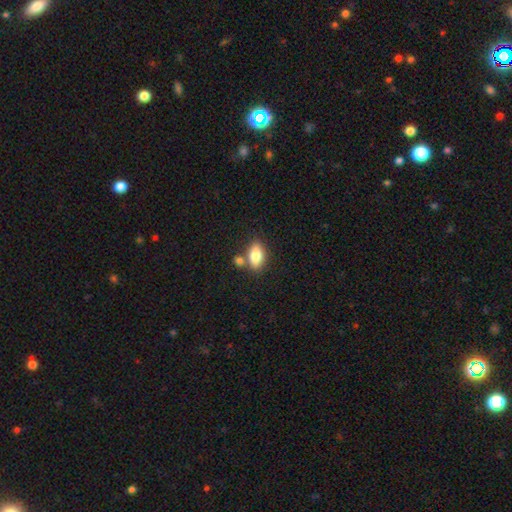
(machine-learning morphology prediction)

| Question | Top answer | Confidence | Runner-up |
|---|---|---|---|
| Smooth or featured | smooth | 79% | featured or disk (13%) |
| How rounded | in between | 86% | round (8%) |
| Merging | none | 64% | merger (20%) |